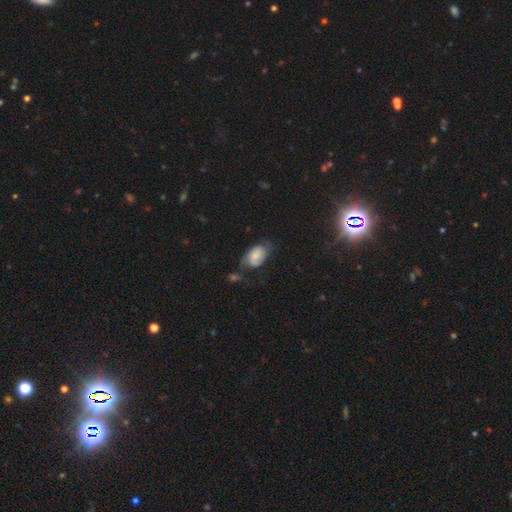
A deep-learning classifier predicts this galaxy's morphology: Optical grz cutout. It shows a smooth galaxy with no disk features (60%) that is in between round and cigar-shaped (89%). Merging: none (44%).